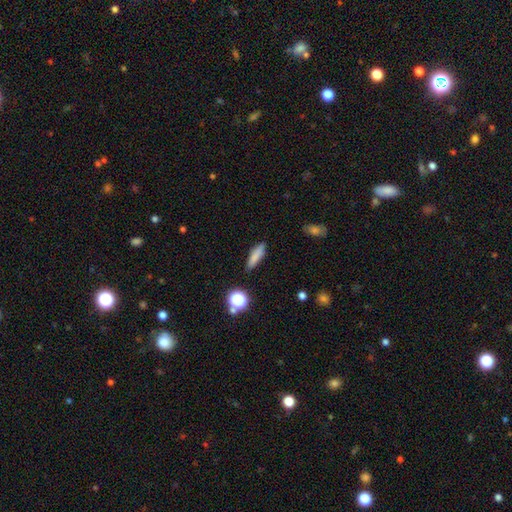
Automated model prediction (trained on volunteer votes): Smooth or featured?
  - smooth: 80% *
  - star or artifact: 10%
  - featured or disk: 10%
How rounded?
  - cigar-shaped: 70% *
  - in between: 26%
  - round: 4%
Merging?
  - none: 85% *
  - minor disturbance: 10%
  - major disturbance: 3%
  - merger: 2%